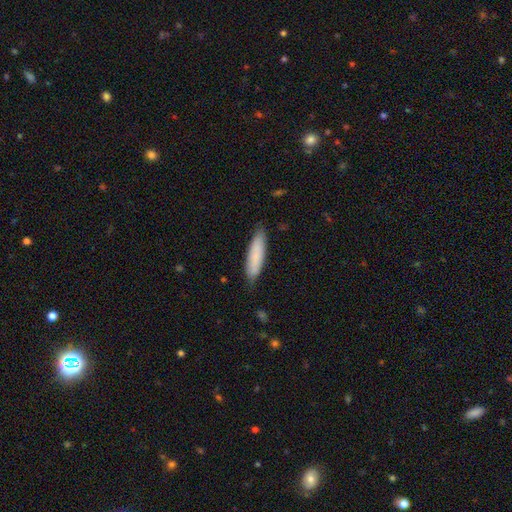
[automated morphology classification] Smooth or featured? Predicted: smooth (p=0.83). How rounded? Predicted: cigar-shaped (p=0.72). Merging? Predicted: none (p=0.84).